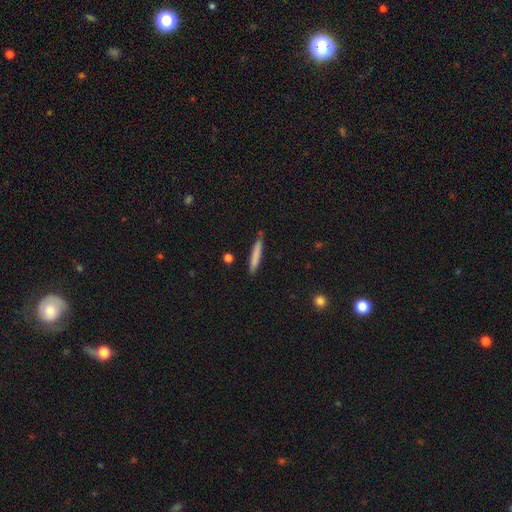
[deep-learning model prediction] Smooth or featured? Predicted: smooth (p=0.77). How rounded? Predicted: cigar-shaped (p=0.94). Merging? Predicted: none (p=0.83).